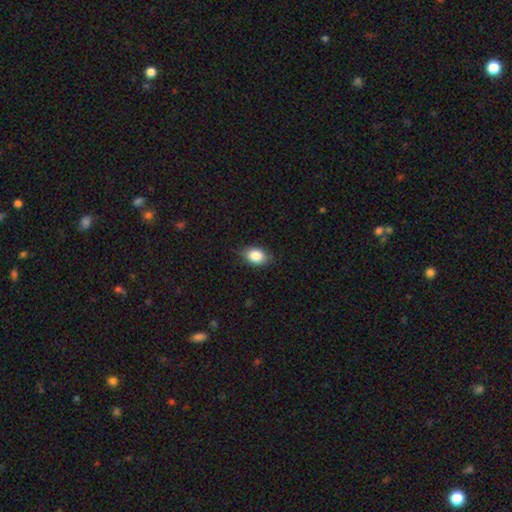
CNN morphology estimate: Smooth or featured?
  - smooth: 84% *
  - star or artifact: 8%
  - featured or disk: 8%
How rounded?
  - in between: 74% *
  - round: 24%
  - cigar-shaped: 2%
Merging?
  - none: 78% *
  - minor disturbance: 18%
  - major disturbance: 3%
  - merger: 1%